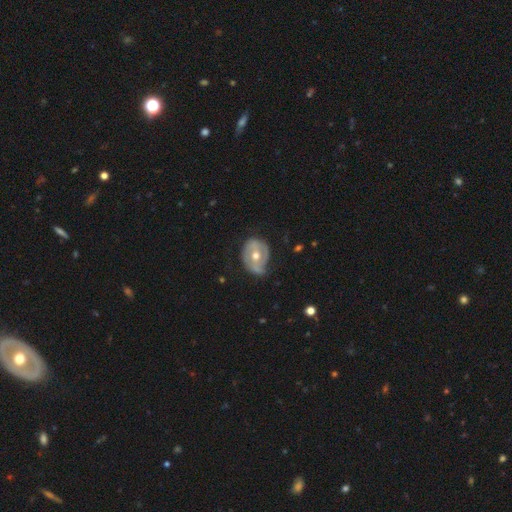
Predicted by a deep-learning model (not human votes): A featured or disk galaxy (68%) with no bar (49%), spiral arms (61%) and a moderate central bulge (74%). Merging: none (55%).